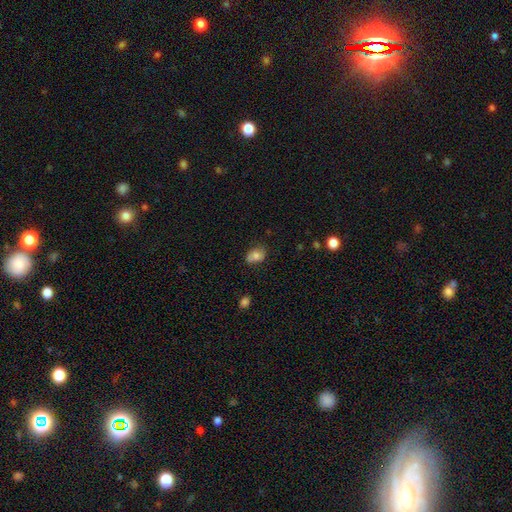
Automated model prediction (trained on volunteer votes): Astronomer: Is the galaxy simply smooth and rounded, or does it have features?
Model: smooth — 74%.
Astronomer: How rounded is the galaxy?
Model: in between — 73%.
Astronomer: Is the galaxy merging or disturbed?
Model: none — 64%.